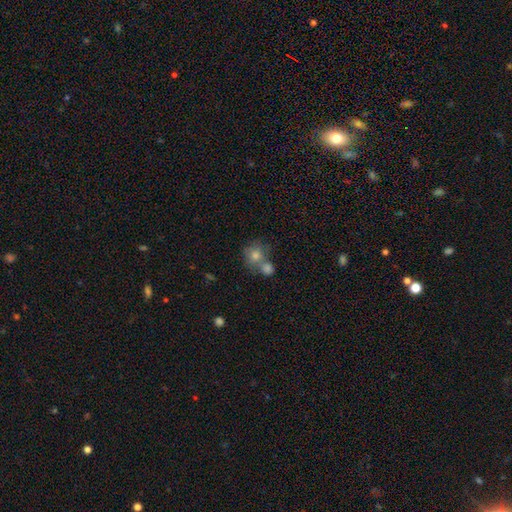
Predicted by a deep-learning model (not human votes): Smooth or featured? smooth (70%)
How rounded? round (82%)
Merging? none (47%)